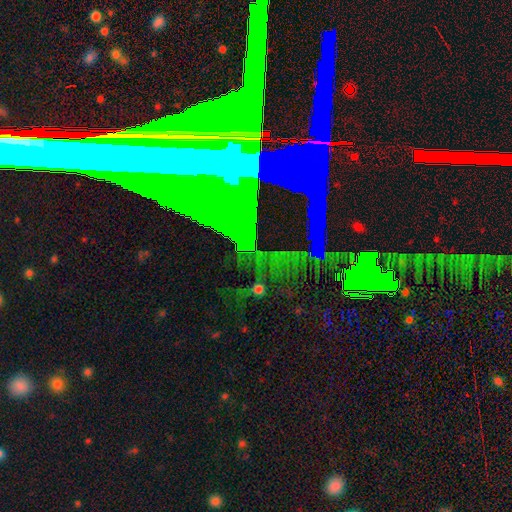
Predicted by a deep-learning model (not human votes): Q: Smooth or featured?
A: star or artifact (70%); runner-up: featured or disk (17%)